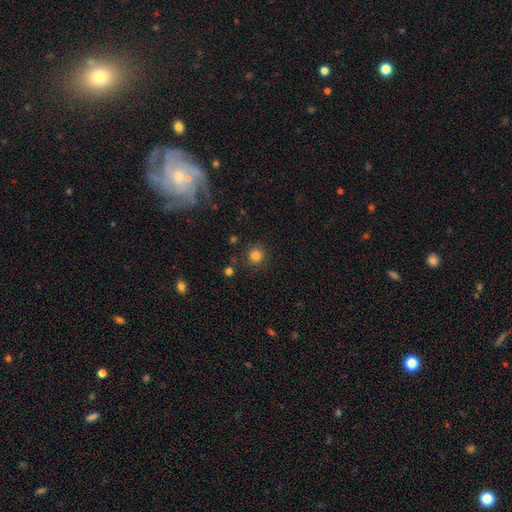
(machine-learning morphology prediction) Smooth or featured? Predicted: smooth (p=0.82). How rounded? Predicted: round (p=0.92). Merging? Predicted: none (p=0.86).